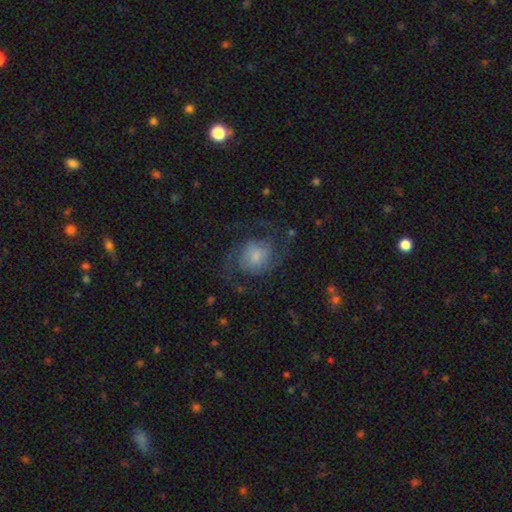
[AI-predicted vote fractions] Smooth or featured? featured or disk (73%)
Edge-on disk? no (98%)
Bar? no (59%)
Spiral arms? yes (92%)
Spiral winding? medium (50%)
Spiral arm count? 2 (68%)
Bulge size? small (36%)
Merging? none (64%)